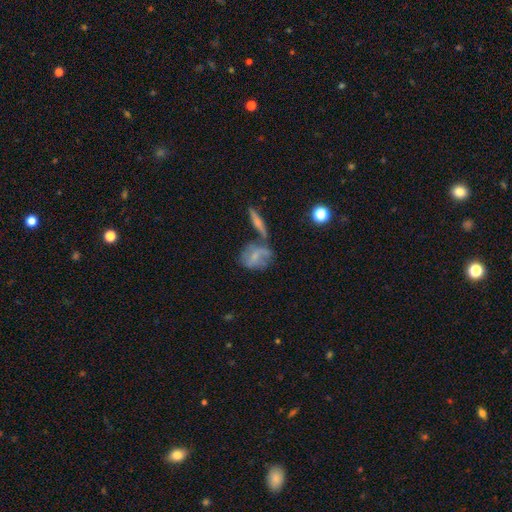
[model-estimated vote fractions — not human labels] A featured or disk galaxy (48%). Merging: none (38%).